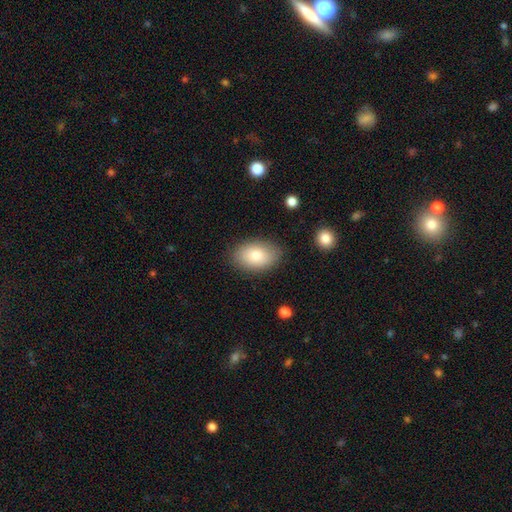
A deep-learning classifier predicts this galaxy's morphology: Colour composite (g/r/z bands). It shows a smooth galaxy with no disk features (80%) that is in between round and cigar-shaped (87%). Merging: none (85%).